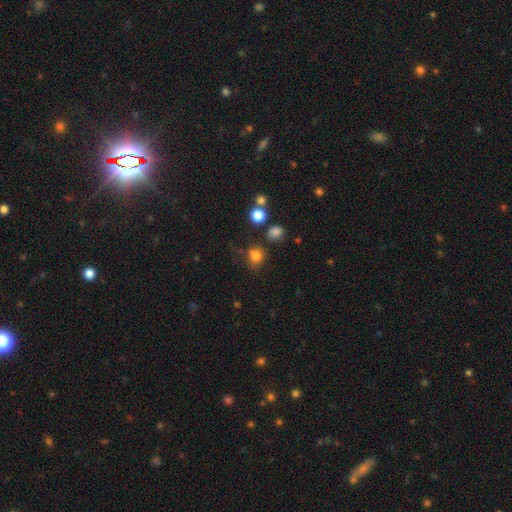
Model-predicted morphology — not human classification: Smooth or featured? smooth (78%)
How rounded? round (73%)
Merging? none (64%)